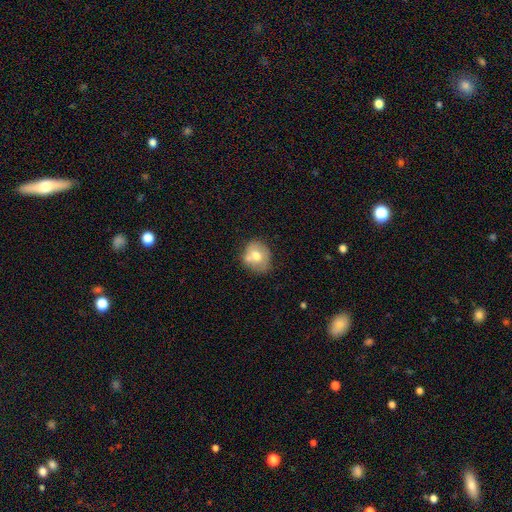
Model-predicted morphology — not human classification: smooth 66%, featured or disk 25%, star or artifact 8%. Down the decision tree: how rounded — round (68%); merging — none (52%).